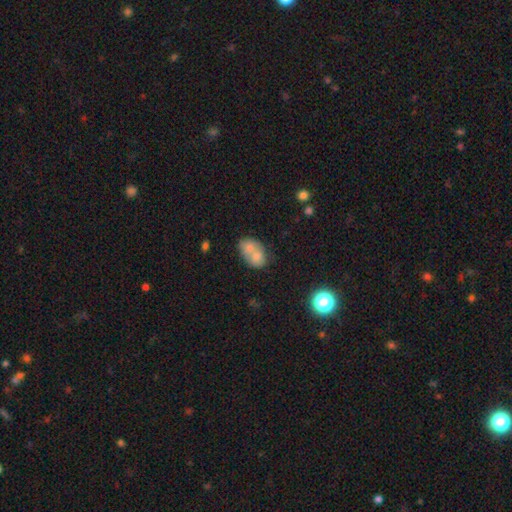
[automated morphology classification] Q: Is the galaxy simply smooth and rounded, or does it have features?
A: smooth — 71%.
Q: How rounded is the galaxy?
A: in between — 71%.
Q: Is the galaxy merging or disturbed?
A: merger — 65%.